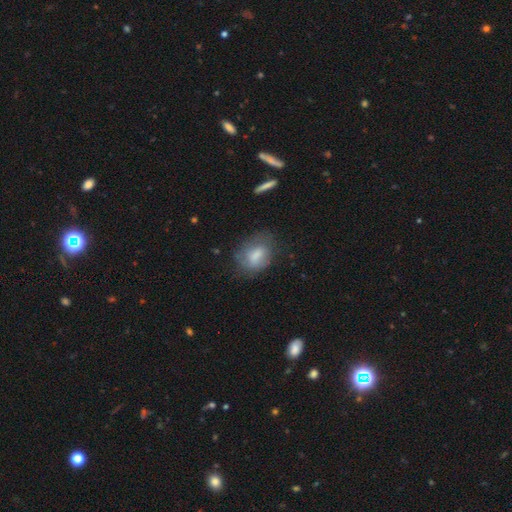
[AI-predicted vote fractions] This appears to be a smooth galaxy with no disk features (72%) that is in between round and cigar-shaped (74%). Merging: none (56%).